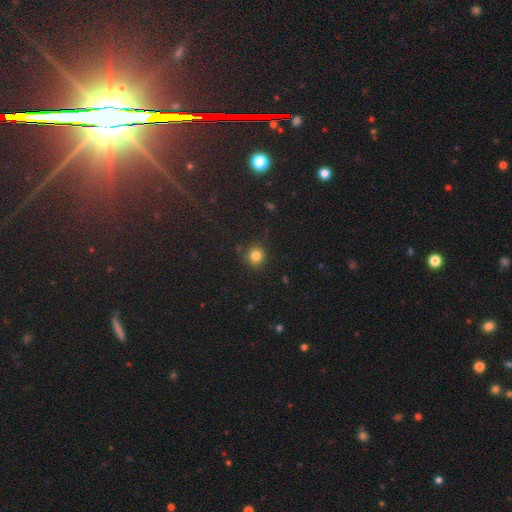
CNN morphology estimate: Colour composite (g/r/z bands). It shows a smooth galaxy with no disk features (82%) that is round (90%). Merging: none (86%).